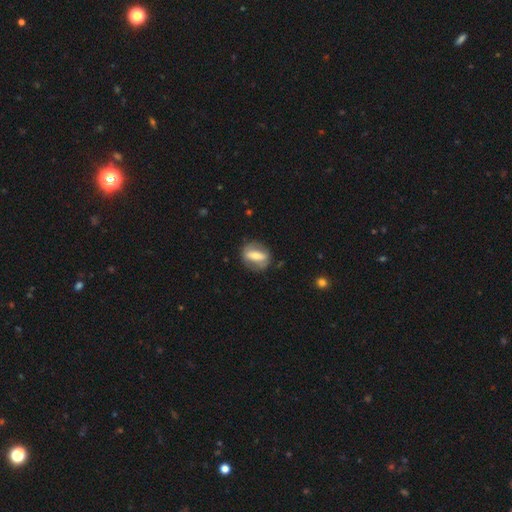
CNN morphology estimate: smooth_or_featured: featured or disk (p=0.51) [alt: smooth p=0.42]
disk_edge_on: no (p=0.80) [alt: yes p=0.20]
merging: none (p=0.77) [alt: minor disturbance p=0.15]